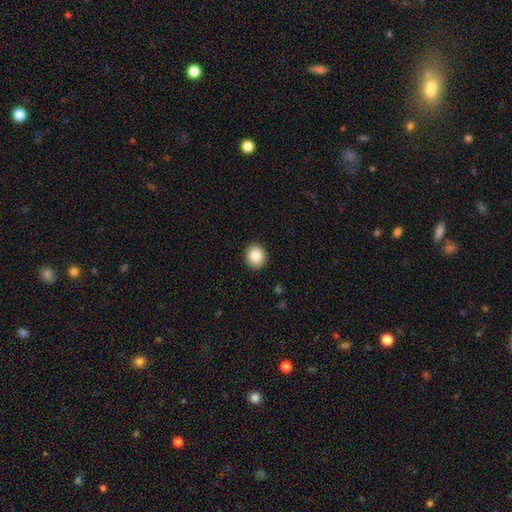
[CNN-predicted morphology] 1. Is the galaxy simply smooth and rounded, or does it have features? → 85% smooth, 9% star or artifact, 6% featured or disk.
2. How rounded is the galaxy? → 82% round, 17% in between, 1% cigar-shaped.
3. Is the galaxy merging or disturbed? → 92% none, 6% minor disturbance, 2% major disturbance, 1% merger.